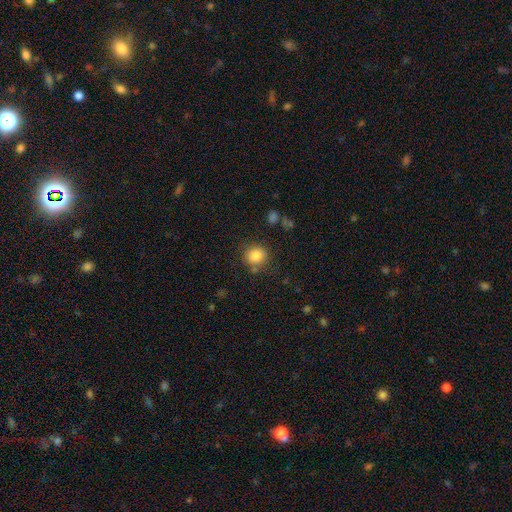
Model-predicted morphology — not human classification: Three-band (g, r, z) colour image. It shows a smooth galaxy with no disk features (85%) that is round (85%). Merging: none (78%).